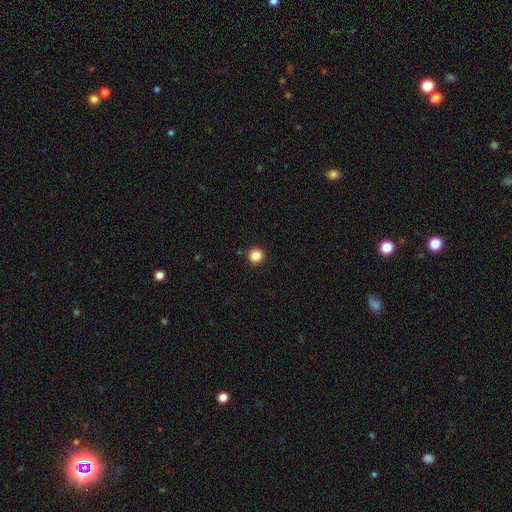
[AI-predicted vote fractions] Smooth or featured?
  - smooth: 85% *
  - star or artifact: 11%
  - featured or disk: 4%
How rounded?
  - round: 95% *
  - in between: 4%
  - cigar-shaped: 1%
Merging?
  - none: 93% *
  - minor disturbance: 4%
  - major disturbance: 1%
  - merger: 1%